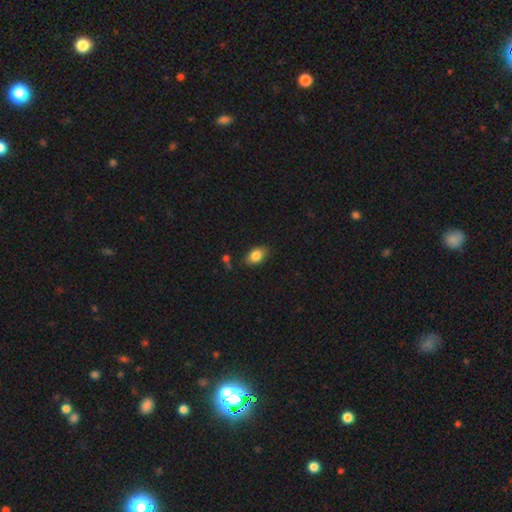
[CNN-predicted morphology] A smooth galaxy with no disk features (85%) that is in between round and cigar-shaped (84%).

Vote fractions:
- Smooth or featured? smooth: 85% / star or artifact: 8% / featured or disk: 7%
- How rounded? in between: 84% / round: 14% / cigar-shaped: 2%
- Merging? none: 80% / minor disturbance: 14% / major disturbance: 3% / merger: 3%